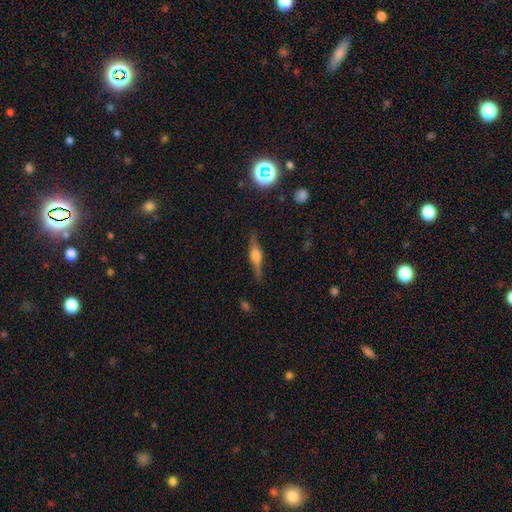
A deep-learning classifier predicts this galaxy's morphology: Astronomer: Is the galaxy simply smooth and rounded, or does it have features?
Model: featured or disk — 65%.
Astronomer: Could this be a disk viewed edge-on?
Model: yes — 95%.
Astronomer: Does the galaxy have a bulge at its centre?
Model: rounded — 81%.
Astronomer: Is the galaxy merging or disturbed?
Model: none — 83%.